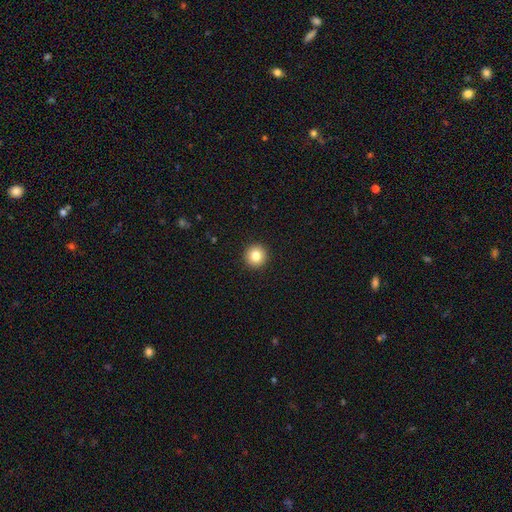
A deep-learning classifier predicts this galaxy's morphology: This is clearly a smooth galaxy (82%). How rounded: clearly round (96%). Merging: clearly none (94%).